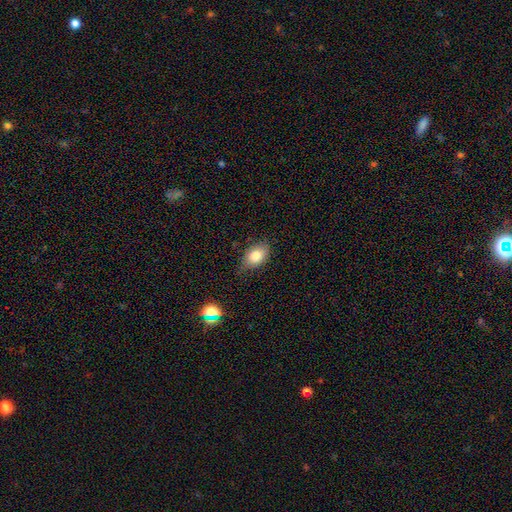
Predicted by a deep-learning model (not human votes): smooth 80%, featured or disk 11%, star or artifact 9%. Down the decision tree: how rounded — in between (85%); merging — none (73%).